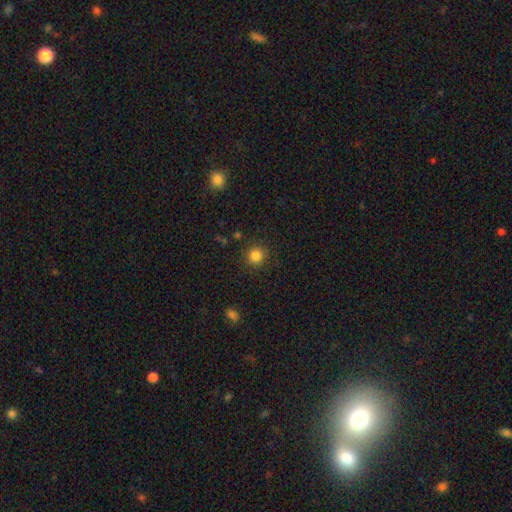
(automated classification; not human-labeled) Smooth or featured? smooth (84%)
How rounded? round (93%)
Merging? none (89%)